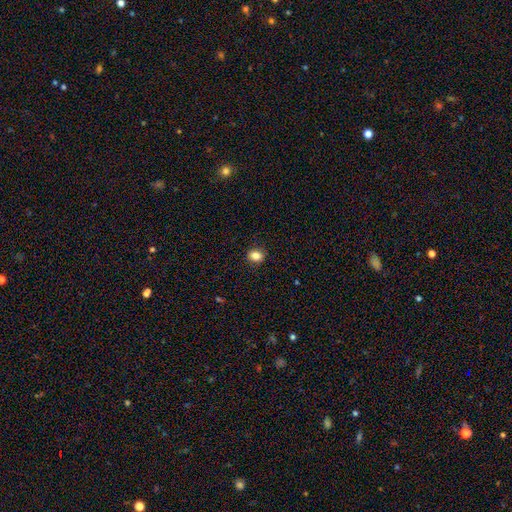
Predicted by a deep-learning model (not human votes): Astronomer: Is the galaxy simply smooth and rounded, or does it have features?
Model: smooth — 84%.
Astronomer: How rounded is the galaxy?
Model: round — 53% (runner-up: in between, 46%).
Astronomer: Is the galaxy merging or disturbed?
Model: none — 89%.